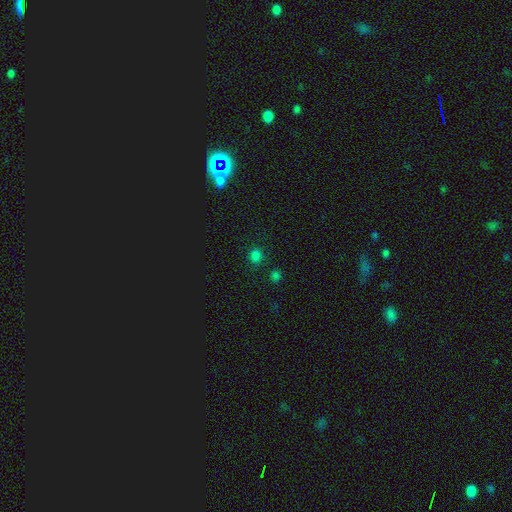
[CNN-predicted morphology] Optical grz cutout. It shows a smooth galaxy with no disk features (74%) that is round (69%). Merging: none (81%).